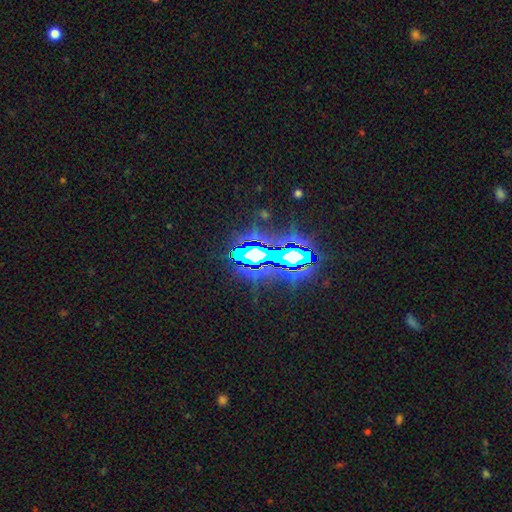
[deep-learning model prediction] smooth_or_featured: star or artifact (p=0.81) [alt: featured or disk p=0.11]